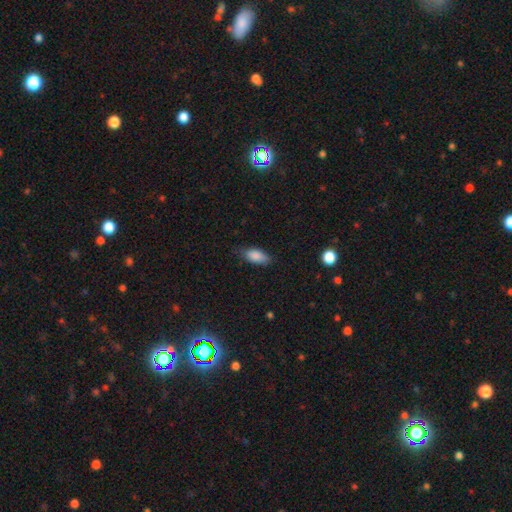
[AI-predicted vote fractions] Morphology: type=smooth (86%); roundness=in between (88%); merging=none (70%).